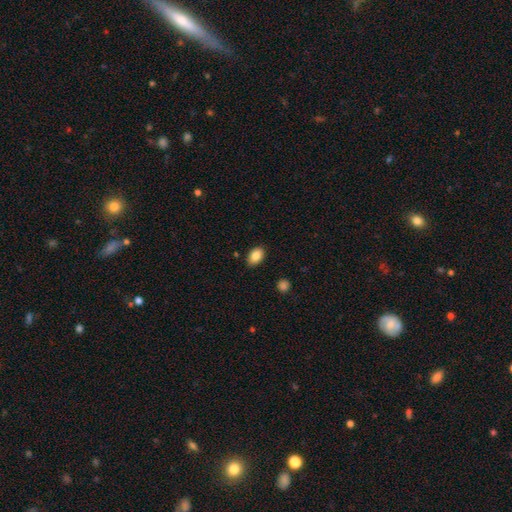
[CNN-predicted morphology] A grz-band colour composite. It shows a smooth galaxy with no disk features (86%) that is in between round and cigar-shaped (87%). Merging: none (86%).